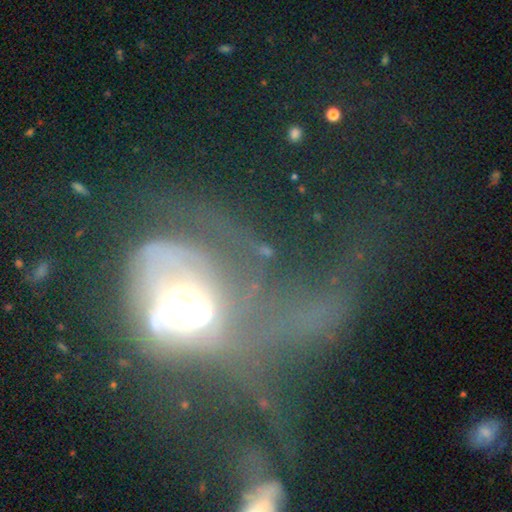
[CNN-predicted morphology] This is likely a featured or disk galaxy (61%). It is clearly not viewed edge-on (95%). Bar: likely no (73%). Spiral arm pattern: possibly yes (50%, tied with no). Central bulge: marginally large (39%). Merging: likely major disturbance (63%).